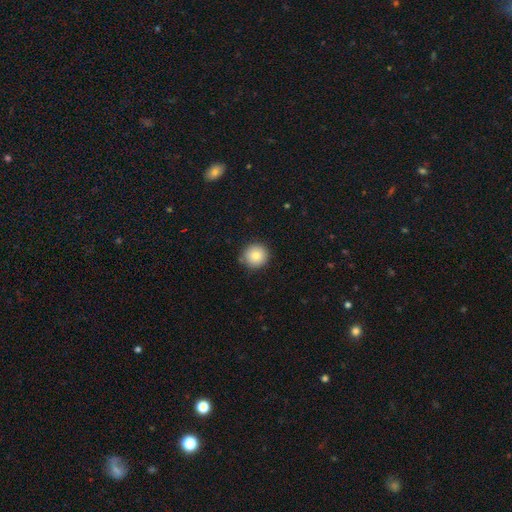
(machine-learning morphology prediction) Smooth or featured? smooth (83%)
How rounded? round (94%)
Merging? none (86%)